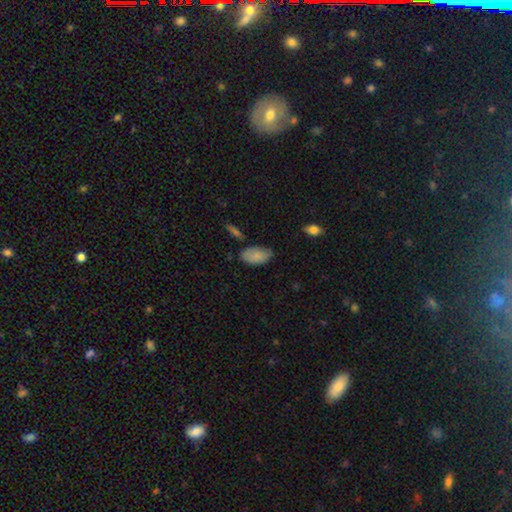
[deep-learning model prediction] smooth 83%, featured or disk 11%, star or artifact 7%. Down the decision tree: how rounded — in between (94%); merging — none (68%).